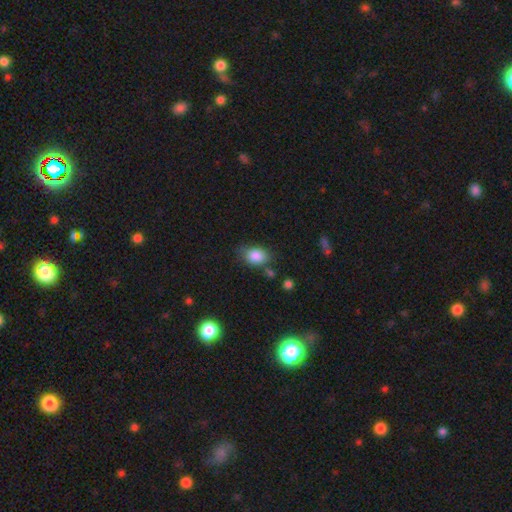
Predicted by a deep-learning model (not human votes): Smooth or featured?
  - smooth: 86% *
  - star or artifact: 9%
  - featured or disk: 6%
How rounded?
  - in between: 73% *
  - round: 25%
  - cigar-shaped: 1%
Merging?
  - none: 67% *
  - minor disturbance: 21%
  - merger: 6%
  - major disturbance: 6%